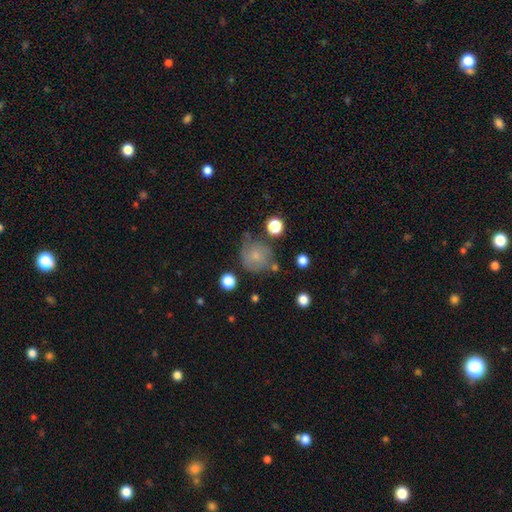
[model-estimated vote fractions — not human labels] smooth 64%, featured or disk 25%, star or artifact 11%. Down the decision tree: how rounded — round (82%); merging — none (52%).